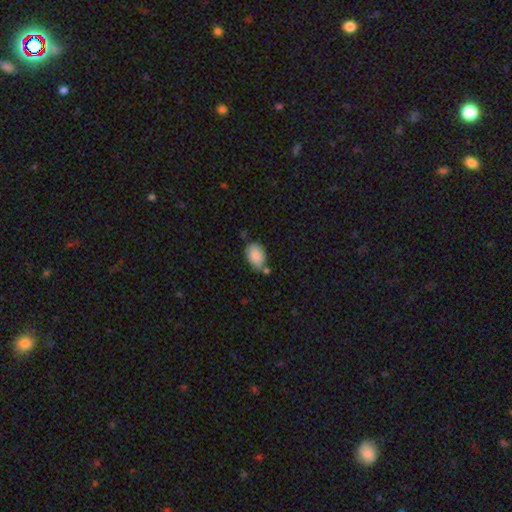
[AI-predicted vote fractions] smooth 85%, featured or disk 8%, star or artifact 7%. Down the decision tree: how rounded — in between (82%); merging — none (54%).